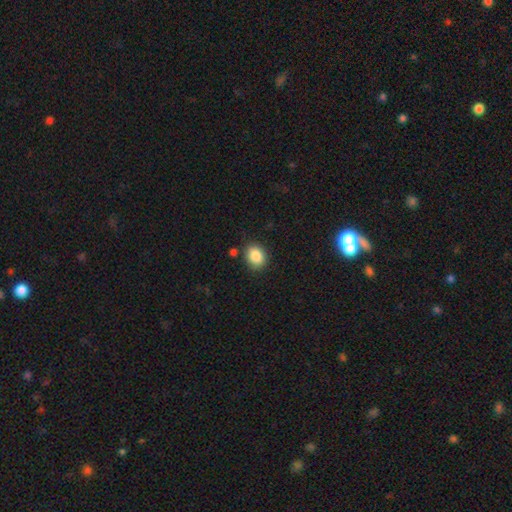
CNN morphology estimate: Q: Smooth or featured?
A: smooth (87%); runner-up: star or artifact (9%)
Q: How rounded?
A: in between (51%); runner-up: round (49%)
Q: Merging?
A: none (83%); runner-up: minor disturbance (11%)